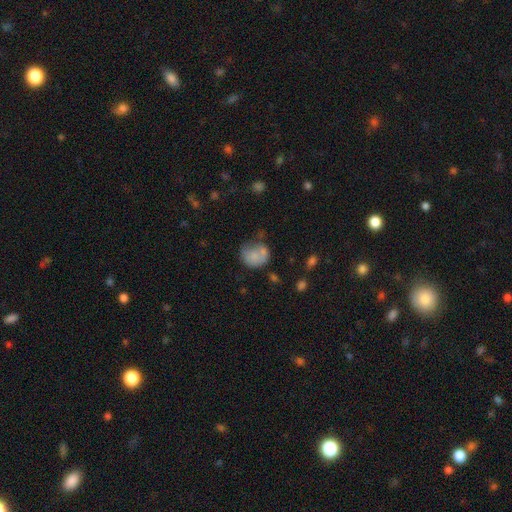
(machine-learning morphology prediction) This appears to be a smooth galaxy with no disk features (71%) that is round (66%). Merging: none (38%).